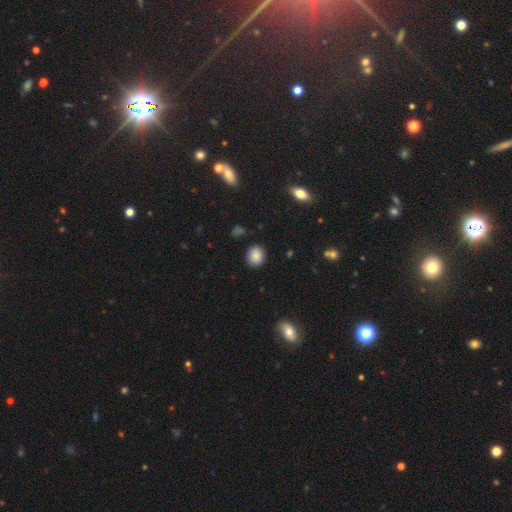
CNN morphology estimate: smooth 87%, star or artifact 9%, featured or disk 4%. Down the decision tree: how rounded — round (55%); merging — none (87%).